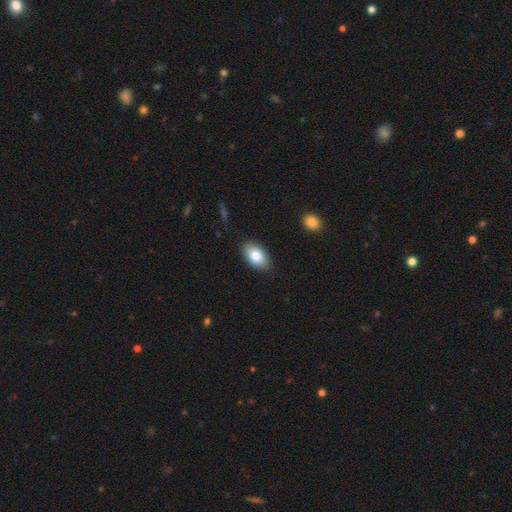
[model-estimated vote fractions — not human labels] smooth 84%, featured or disk 9%, star or artifact 7%. Down the decision tree: how rounded — in between (92%); merging — none (87%).